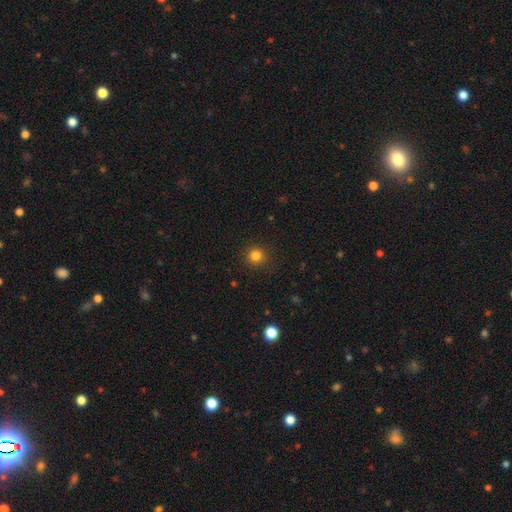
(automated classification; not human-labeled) This is clearly a smooth galaxy (82%). How rounded: clearly round (93%). Merging: clearly none (90%).